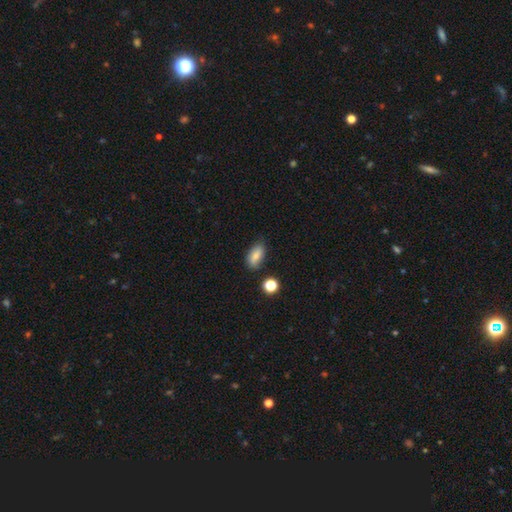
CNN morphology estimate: Smooth or featured?
  - smooth: 82% *
  - featured or disk: 9%
  - star or artifact: 9%
How rounded?
  - in between: 88% *
  - cigar-shaped: 7%
  - round: 6%
Merging?
  - none: 74% *
  - minor disturbance: 19%
  - major disturbance: 4%
  - merger: 3%